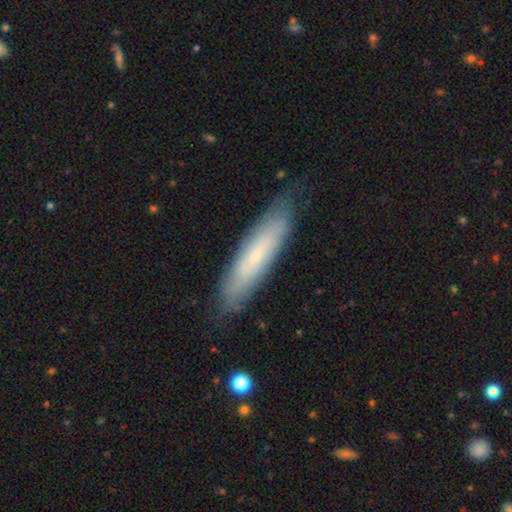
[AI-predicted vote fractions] Q: Smooth or featured?
A: smooth (53%); runner-up: featured or disk (40%)
Q: How rounded?
A: cigar-shaped (77%); runner-up: in between (22%)
Q: Merging?
A: none (81%); runner-up: minor disturbance (15%)